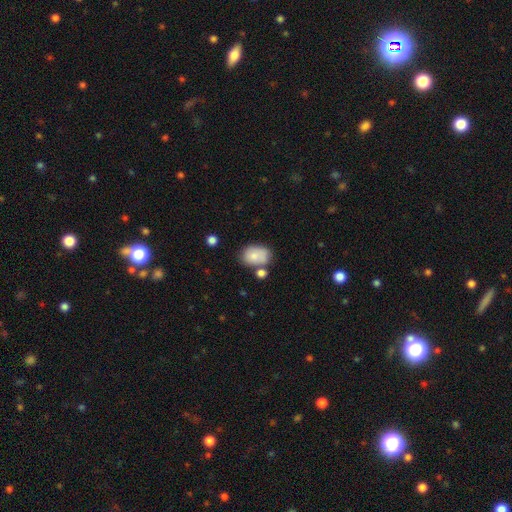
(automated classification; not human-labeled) A smooth galaxy with no disk features (81%) that is in between round and cigar-shaped (82%). Merging: none (54%).